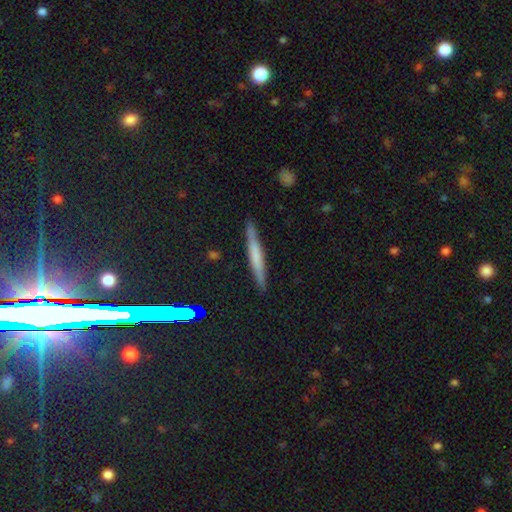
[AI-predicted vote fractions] Smooth or featured? smooth (48%)
Merging? none (87%)